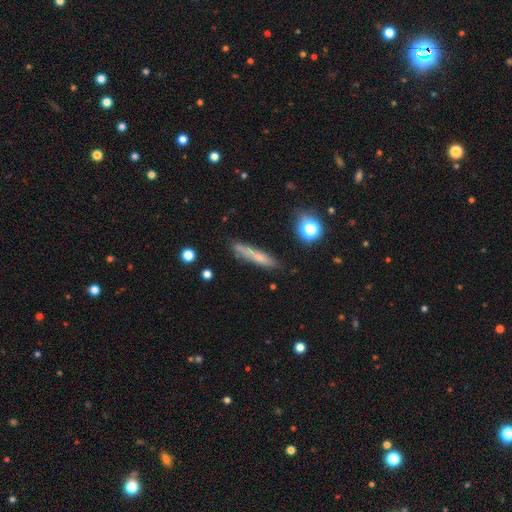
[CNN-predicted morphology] Smooth or featured? smooth (65%)
How rounded? cigar-shaped (89%)
Merging? none (74%)